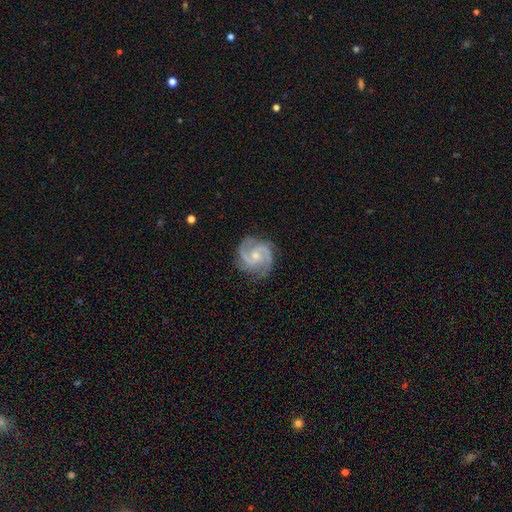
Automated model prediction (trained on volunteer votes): This is clearly a featured or disk galaxy (91%). It is clearly not viewed edge-on (98%). Bar: possibly no (60%). Spiral arm pattern: clearly yes (98%). Spiral arm count: possibly 2 (47%). Spiral winding: possibly medium (55%). Central bulge: likely small (61%). Merging: likely none (80%).